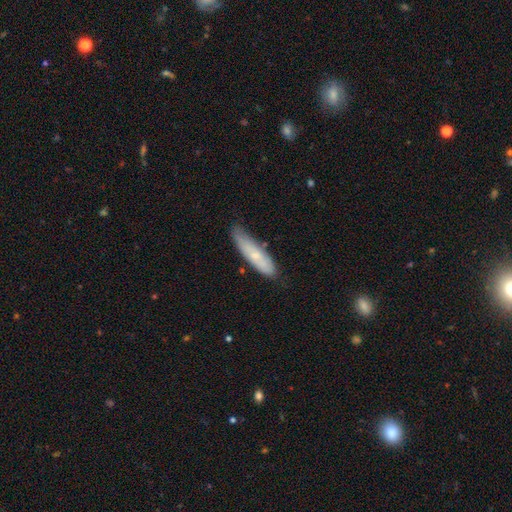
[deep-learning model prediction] Morphology: type=smooth (65%); roundness=cigar-shaped (71%); merging=none (68%).